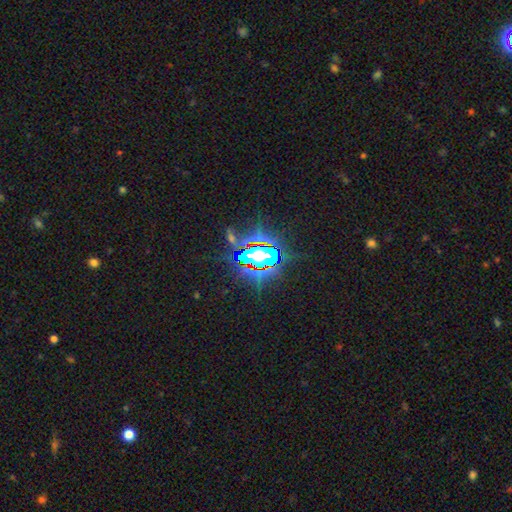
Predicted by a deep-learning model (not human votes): smooth-or-featured: star or artifact: 85% | smooth: 9% | featured or disk: 7%